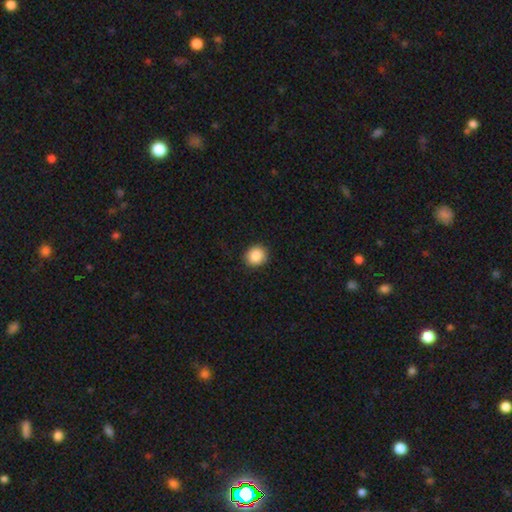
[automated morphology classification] Smooth or featured?
  - smooth: 88% *
  - star or artifact: 9%
  - featured or disk: 4%
How rounded?
  - round: 81% *
  - in between: 18%
  - cigar-shaped: 1%
Merging?
  - none: 91% *
  - minor disturbance: 7%
  - major disturbance: 2%
  - merger: 1%